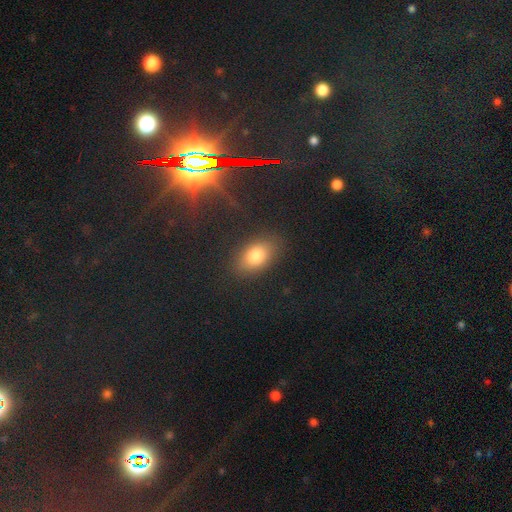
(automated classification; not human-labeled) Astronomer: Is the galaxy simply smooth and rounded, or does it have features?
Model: smooth — 79%.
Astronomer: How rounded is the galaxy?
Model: in between — 86%.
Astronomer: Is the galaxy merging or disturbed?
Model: none — 84%.